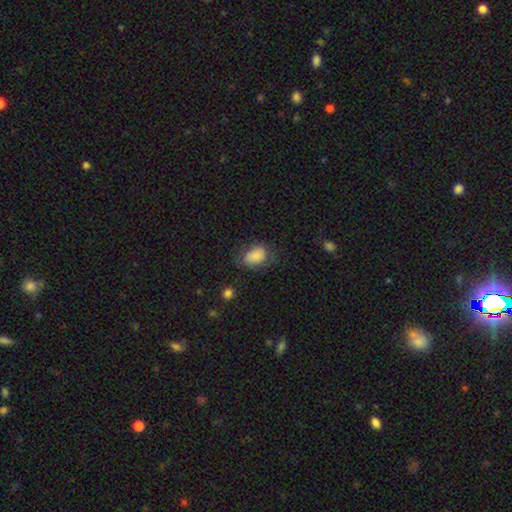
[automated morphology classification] The model was most divided on "merging": none: 55%, minor disturbance: 28%, major disturbance: 15%, merger: 2%. More confident: how rounded — in between (84%); smooth or featured — smooth (79%).